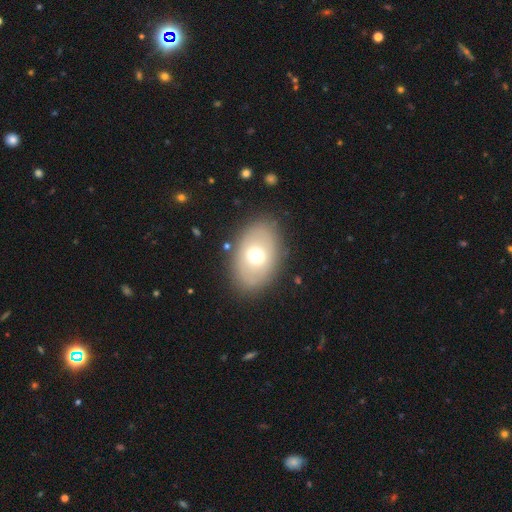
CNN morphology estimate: A smooth galaxy with no disk features (63%) that is in between round and cigar-shaped (81%). Merging: none (84%).